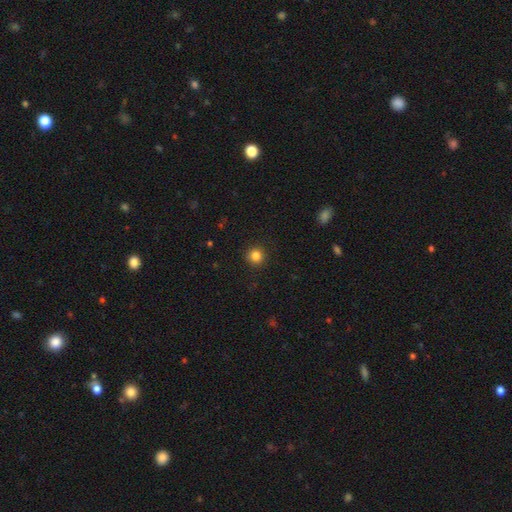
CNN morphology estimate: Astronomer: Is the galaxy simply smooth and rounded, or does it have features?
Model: smooth — 84%.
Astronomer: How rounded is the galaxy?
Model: round — 94%.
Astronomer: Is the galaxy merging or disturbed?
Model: none — 92%.